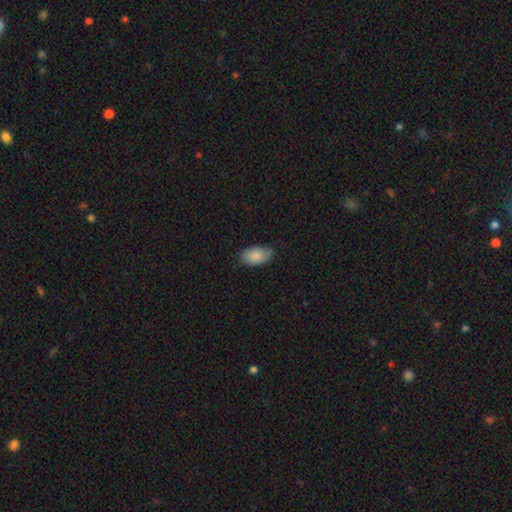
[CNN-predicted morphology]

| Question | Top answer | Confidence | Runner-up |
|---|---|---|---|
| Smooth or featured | smooth | 86% | featured or disk (8%) |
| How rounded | in between | 95% | round (3%) |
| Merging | none | 80% | minor disturbance (16%) |